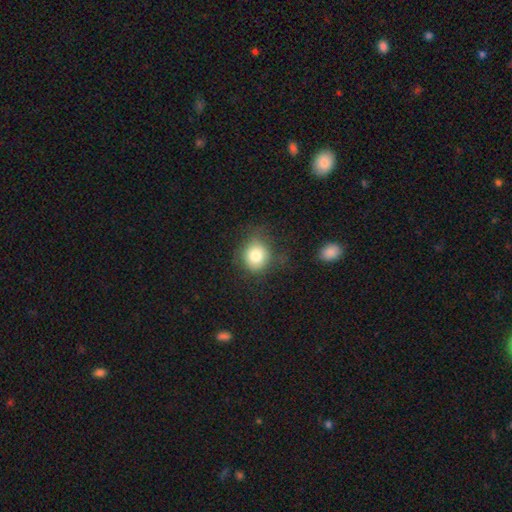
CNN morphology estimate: Smooth or featured: smooth — 80% (star or artifact — 10%)
How rounded: round — 78% (in between — 21%)
Merging: none — 67% (minor disturbance — 22%)